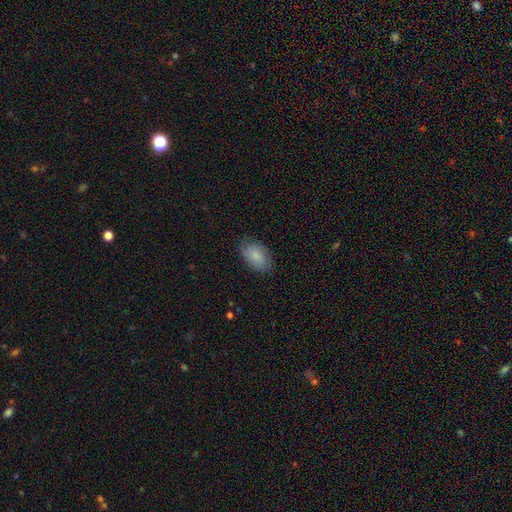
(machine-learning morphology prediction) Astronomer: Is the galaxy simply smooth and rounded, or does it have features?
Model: smooth — 81%.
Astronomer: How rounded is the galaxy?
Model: in between — 91%.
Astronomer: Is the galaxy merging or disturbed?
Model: none — 77%.